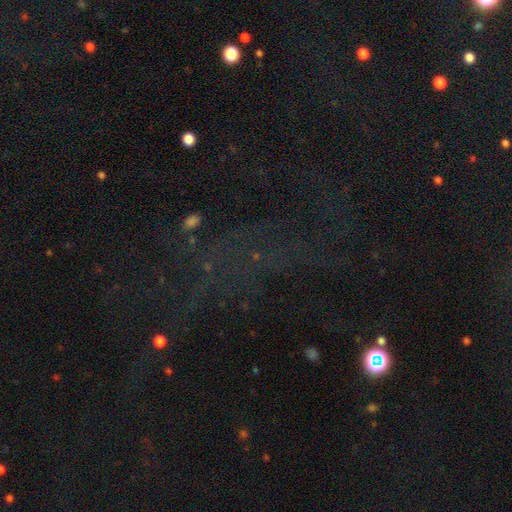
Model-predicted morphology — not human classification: smooth_or_featured: star or artifact (p=0.63) [alt: smooth p=0.20]